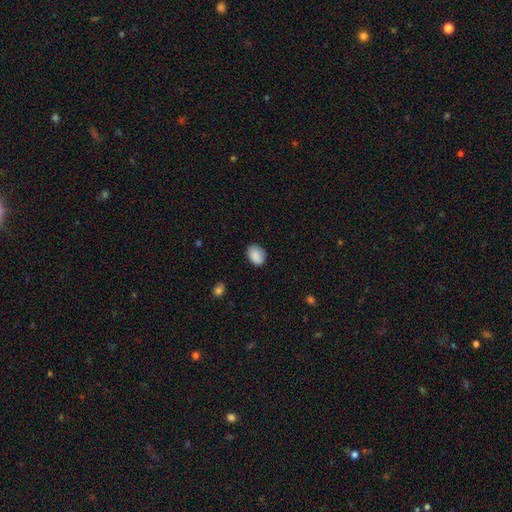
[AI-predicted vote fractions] Smooth or featured? Predicted: smooth (p=0.88). How rounded? Predicted: in between (p=0.70). Merging? Predicted: none (p=0.80).